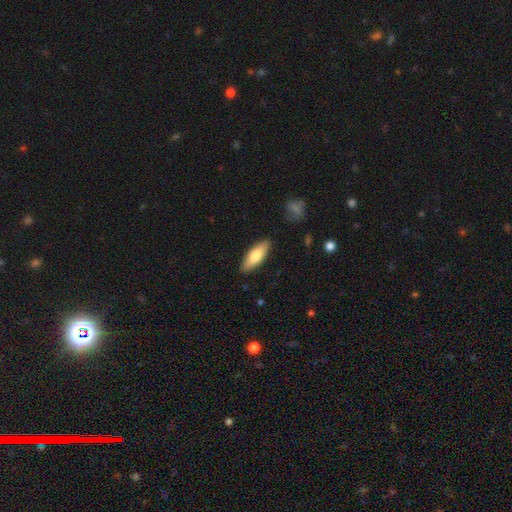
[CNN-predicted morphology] A smooth galaxy with no disk features (74%) that is in between round and cigar-shaped (63%). Merging: none (87%).